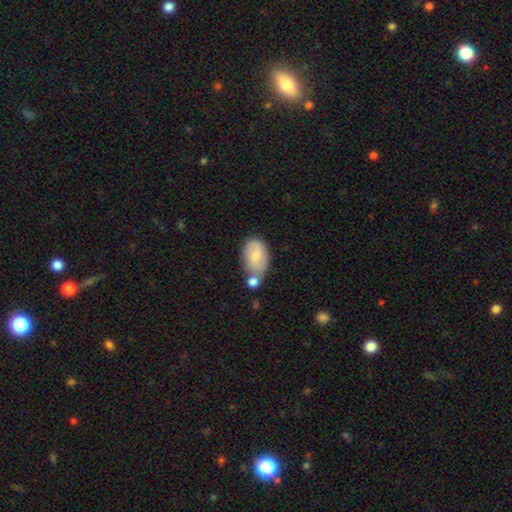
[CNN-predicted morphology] This is likely a smooth galaxy (68%). How rounded: clearly in between (89%). Merging: marginally none (43%).